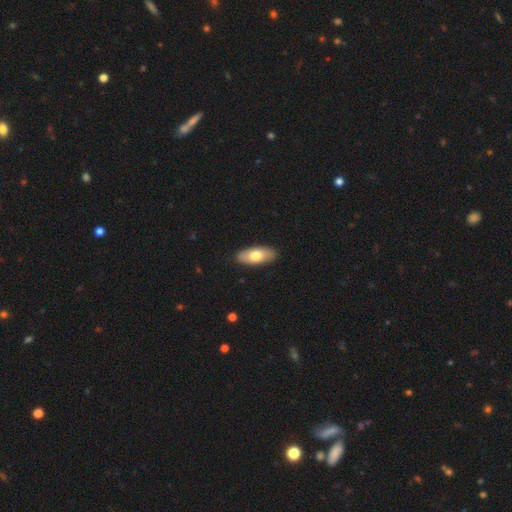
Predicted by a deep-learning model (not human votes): smooth_or_featured: smooth (p=0.70) [alt: featured or disk p=0.25]
how_rounded: in between (p=0.86) [alt: cigar-shaped p=0.11]
merging: none (p=0.89) [alt: minor disturbance p=0.08]